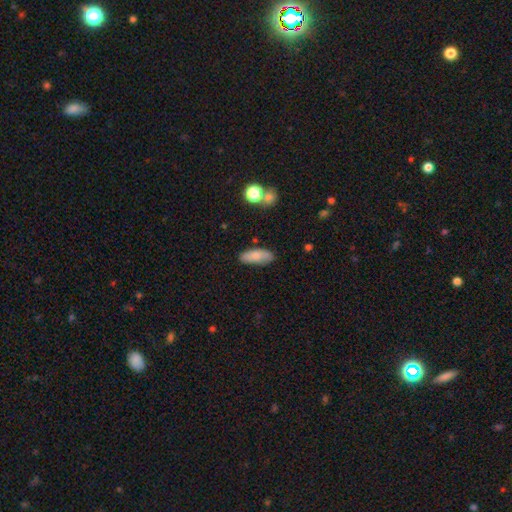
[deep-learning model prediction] Smooth or featured? smooth (80%)
How rounded? in between (72%)
Merging? none (76%)